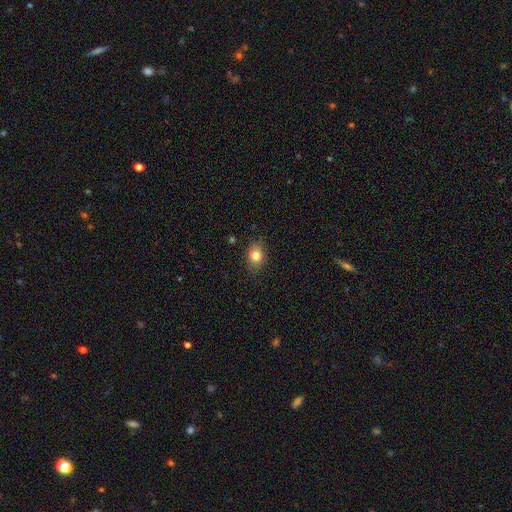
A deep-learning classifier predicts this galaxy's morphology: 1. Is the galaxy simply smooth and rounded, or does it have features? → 81% smooth, 11% star or artifact, 9% featured or disk.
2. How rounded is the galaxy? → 56% in between, 43% round, 1% cigar-shaped.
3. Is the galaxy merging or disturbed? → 84% none, 12% minor disturbance, 3% major disturbance, 1% merger.